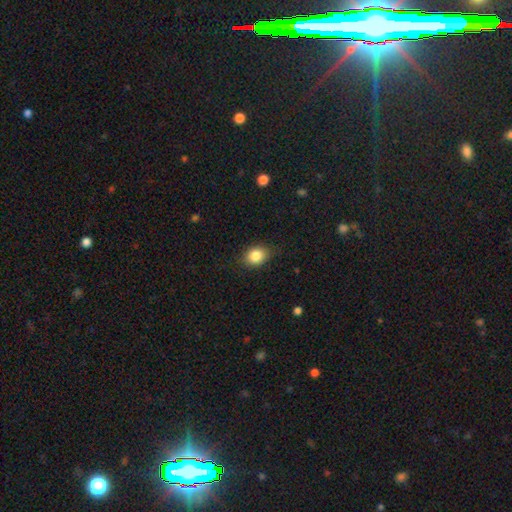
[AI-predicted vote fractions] Q: Smooth or featured?
A: smooth (84%); runner-up: star or artifact (9%)
Q: How rounded?
A: in between (53%); runner-up: round (45%)
Q: Merging?
A: none (81%); runner-up: minor disturbance (15%)